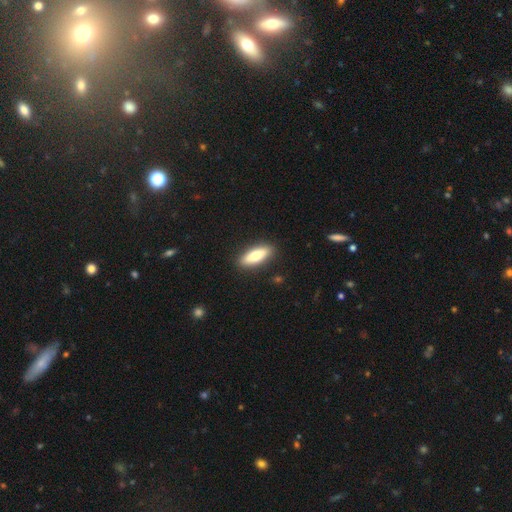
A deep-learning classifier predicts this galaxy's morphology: Smooth or featured? smooth (71%)
How rounded? in between (58%)
Merging? none (89%)